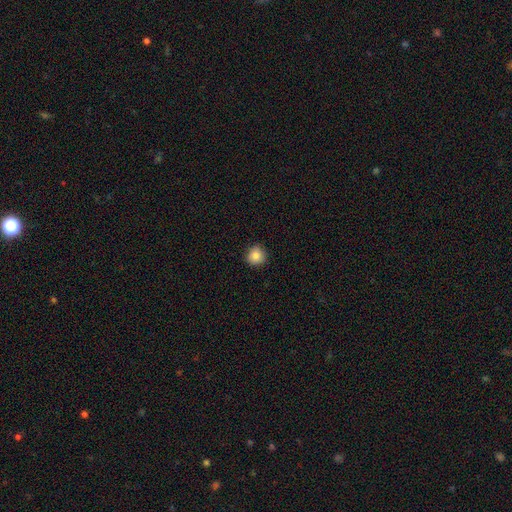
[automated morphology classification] This is clearly a smooth galaxy (85%). How rounded: clearly round (92%). Merging: clearly none (88%).